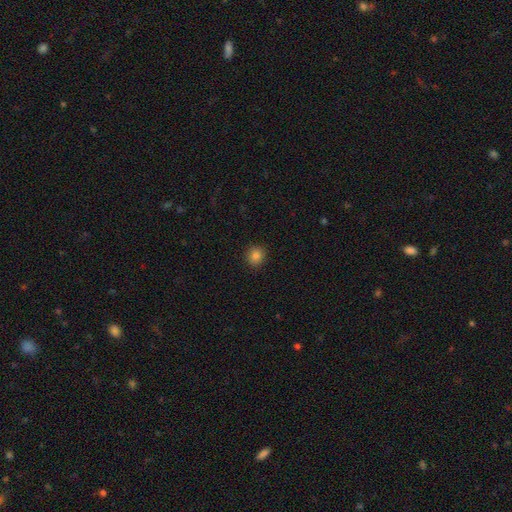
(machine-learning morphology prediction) type=smooth (84%); roundness=round (83%); merging=none (91%).